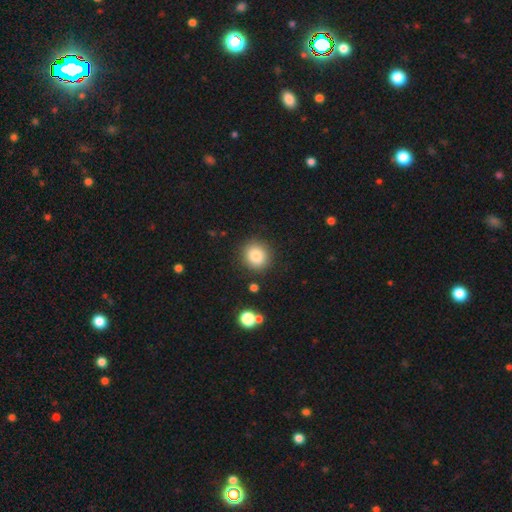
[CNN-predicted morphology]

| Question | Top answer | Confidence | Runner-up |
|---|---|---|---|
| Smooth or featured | smooth | 83% | star or artifact (10%) |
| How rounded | round | 85% | in between (14%) |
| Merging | none | 87% | minor disturbance (8%) |